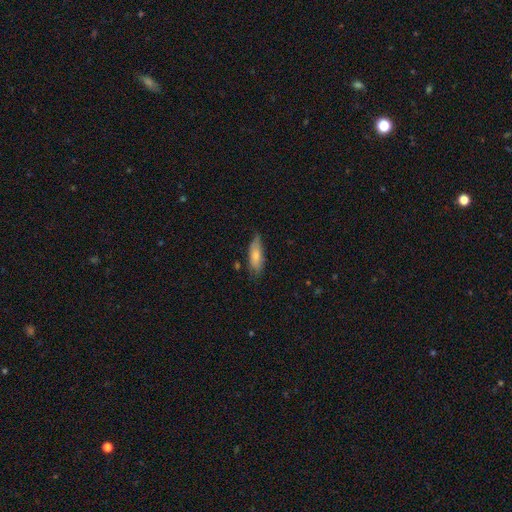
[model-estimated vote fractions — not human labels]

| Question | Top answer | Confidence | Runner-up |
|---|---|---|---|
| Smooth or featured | smooth | 77% | featured or disk (17%) |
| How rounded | in between | 64% | cigar-shaped (34%) |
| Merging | none | 66% | minor disturbance (27%) |